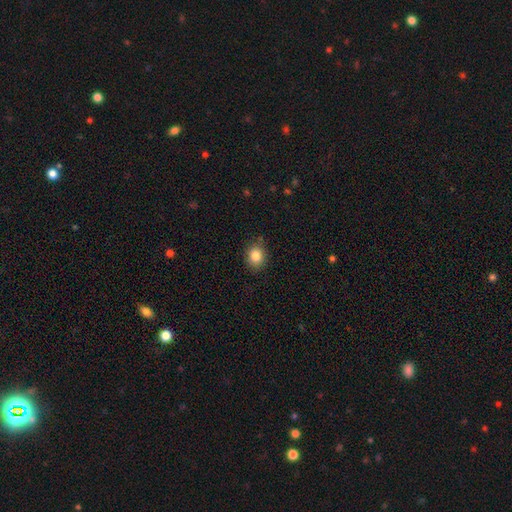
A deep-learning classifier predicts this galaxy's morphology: type=smooth (84%); roundness=round (60%); merging=none (85%).